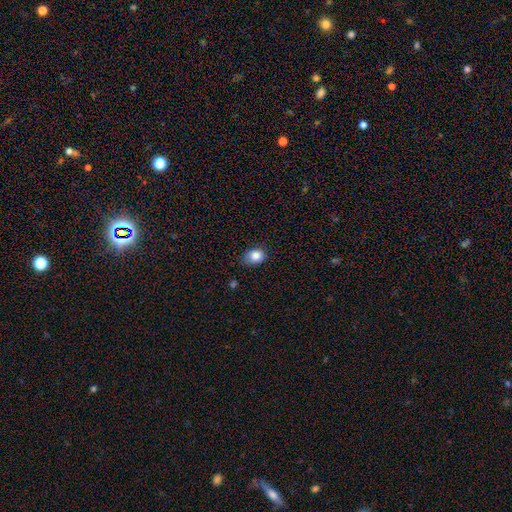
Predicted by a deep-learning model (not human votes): A smooth galaxy with no disk features (84%) that is in between round and cigar-shaped (57%). Merging: none (72%).